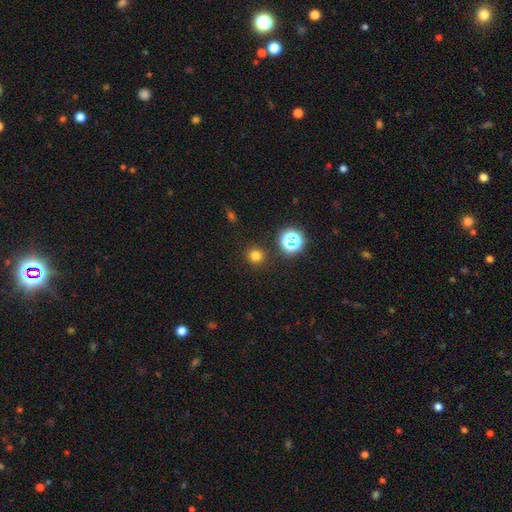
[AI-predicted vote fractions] Smooth or featured?
  - smooth: 75% *
  - star or artifact: 19%
  - featured or disk: 5%
How rounded?
  - round: 92% *
  - in between: 7%
  - cigar-shaped: 1%
Merging?
  - none: 89% *
  - minor disturbance: 6%
  - major disturbance: 2%
  - merger: 2%